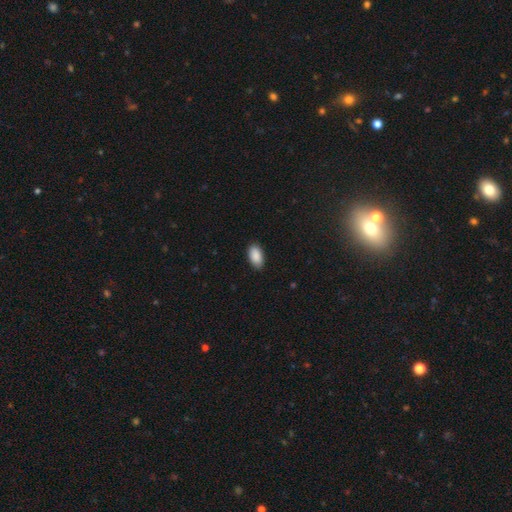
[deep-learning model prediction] smooth-or-featured: smooth: 90% | star or artifact: 7% | featured or disk: 4%
  how-rounded: in between: 95% | round: 3% | cigar-shaped: 2%
  merging: none: 86% | minor disturbance: 11% | major disturbance: 2% | merger: 1%